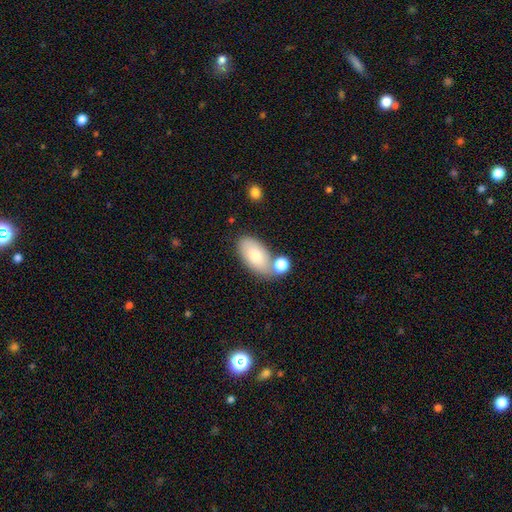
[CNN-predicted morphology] smooth 76%, featured or disk 17%, star or artifact 6%. Down the decision tree: how rounded — in between (94%); merging — none (58%).